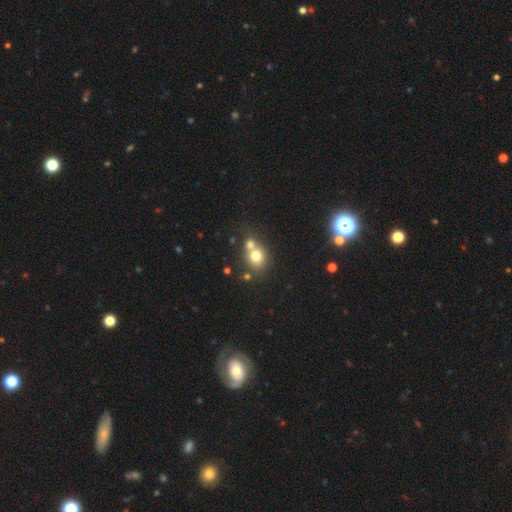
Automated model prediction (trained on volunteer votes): Overall: smooth (73%). How rounded: round (76%). Merging: merger (52%; none 37%).